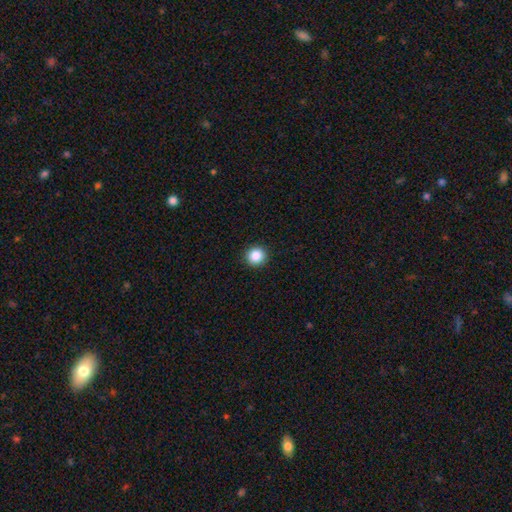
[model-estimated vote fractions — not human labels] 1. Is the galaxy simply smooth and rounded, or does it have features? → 87% smooth, 10% star or artifact, 3% featured or disk.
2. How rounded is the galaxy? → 94% round, 5% in between, 1% cigar-shaped.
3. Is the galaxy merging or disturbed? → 92% none, 5% minor disturbance, 2% major disturbance, 1% merger.